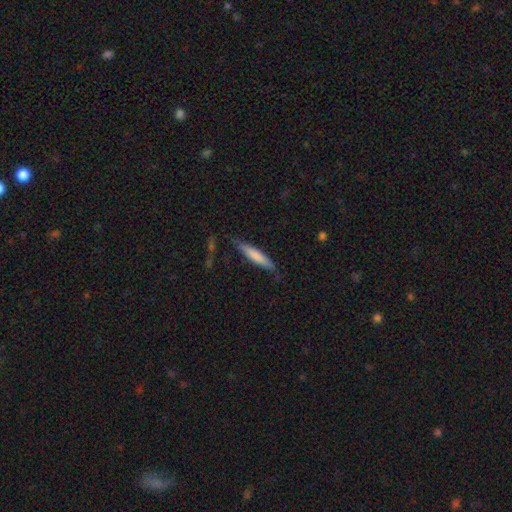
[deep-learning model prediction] smooth-or-featured: smooth: 73% | featured or disk: 21% | star or artifact: 5%
  how-rounded: cigar-shaped: 89% | in between: 10% | round: 1%
  merging: none: 78% | minor disturbance: 17% | major disturbance: 4% | merger: 2%